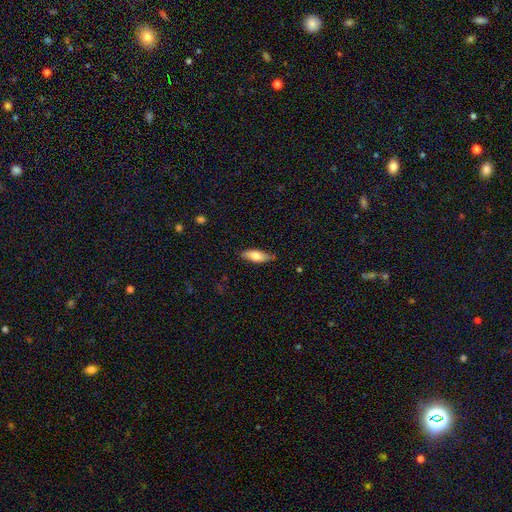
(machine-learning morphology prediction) This is likely a smooth galaxy (77%). How rounded: likely in between (73%). Merging: clearly none (81%).